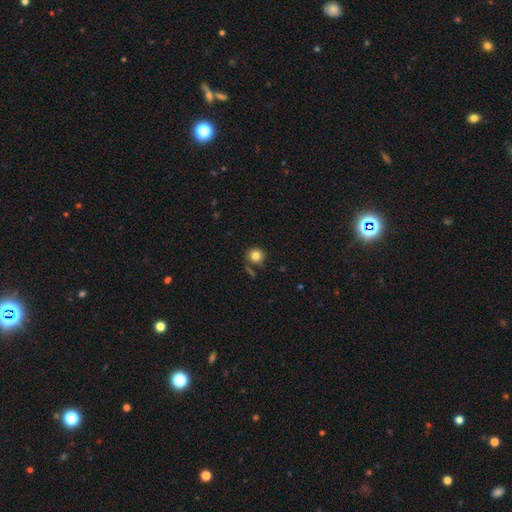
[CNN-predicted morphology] This is clearly a smooth galaxy (82%). How rounded: clearly round (89%). Merging: likely none (77%).